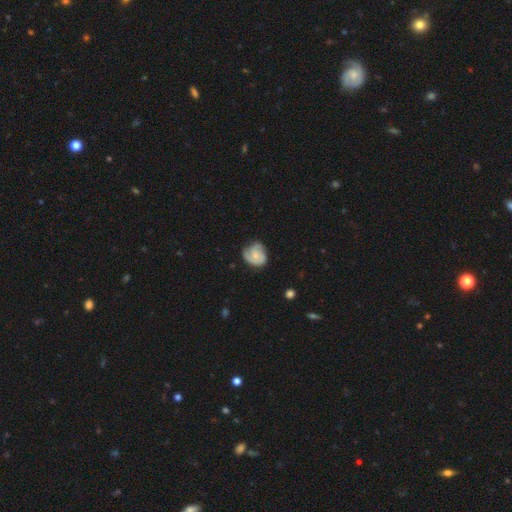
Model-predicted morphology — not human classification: type=featured or disk (55%); edge-on=no (98%); bar=no (75%); spiral arms=yes (87%); bulge=small (60%); merging=none (55%).